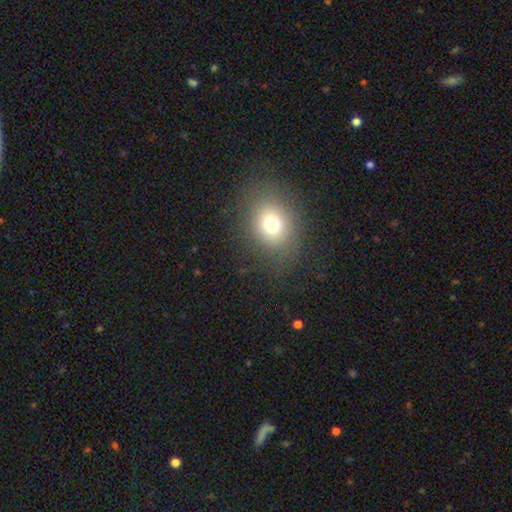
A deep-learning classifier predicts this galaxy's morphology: type=smooth (71%); roundness=in between (51%); merging=none (88%).